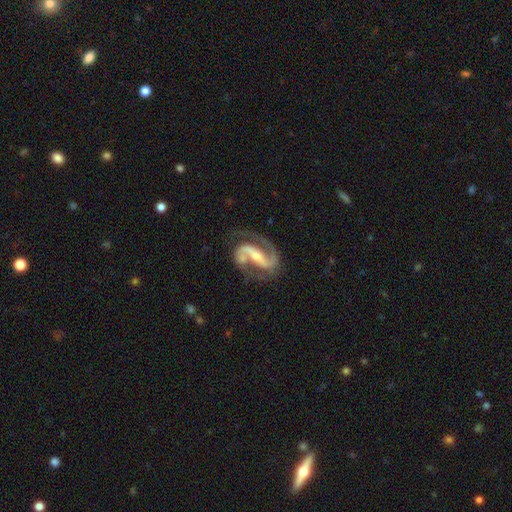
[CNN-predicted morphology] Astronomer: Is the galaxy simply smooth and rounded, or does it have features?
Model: featured or disk — 92%.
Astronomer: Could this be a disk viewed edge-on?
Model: no — 97%.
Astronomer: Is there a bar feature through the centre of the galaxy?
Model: strong — 57%.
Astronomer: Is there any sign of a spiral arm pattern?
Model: yes — 98%.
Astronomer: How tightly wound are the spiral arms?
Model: medium — 59%.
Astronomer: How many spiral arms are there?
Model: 2 — 93%.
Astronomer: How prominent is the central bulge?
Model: small — 50% (runner-up: moderate, 41%).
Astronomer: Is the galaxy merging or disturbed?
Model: none — 72%.